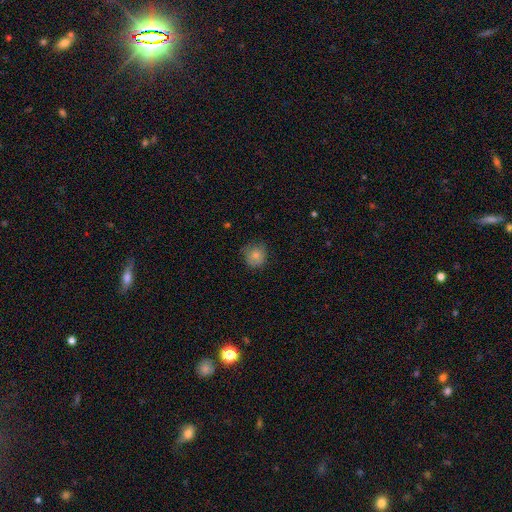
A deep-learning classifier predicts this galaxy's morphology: A smooth galaxy with no disk features (81%) that is round (85%). Merging: none (72%).